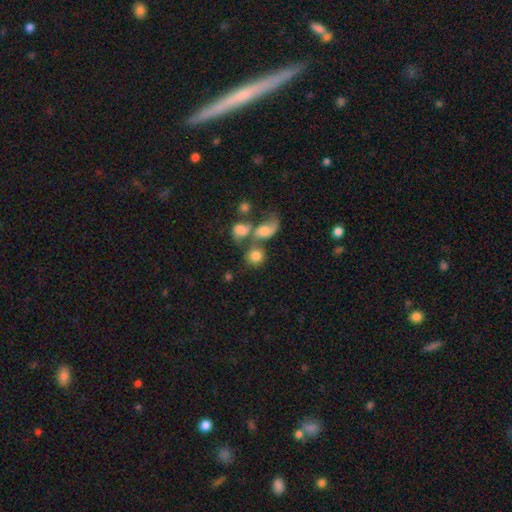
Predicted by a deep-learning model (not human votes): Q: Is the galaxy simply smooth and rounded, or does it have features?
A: smooth — 71%.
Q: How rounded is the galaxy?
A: round — 75%.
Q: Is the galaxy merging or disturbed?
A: merger — 51%.